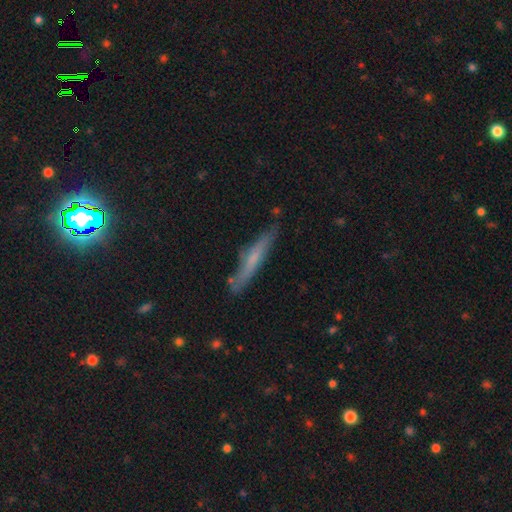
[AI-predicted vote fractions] Overall: featured or disk (47%; smooth 40%). Merging: none (79%).